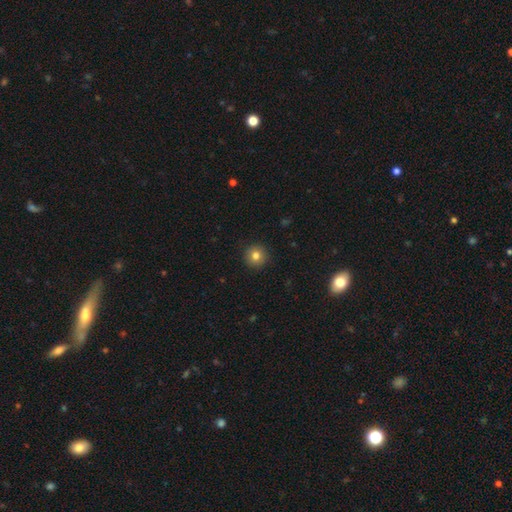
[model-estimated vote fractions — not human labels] Morphology: type=smooth (81%); roundness=round (95%); merging=none (92%).